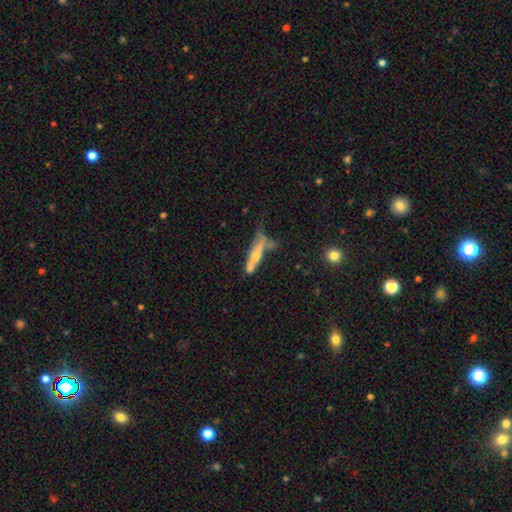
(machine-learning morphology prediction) smooth_or_featured: featured or disk (p=0.49) [alt: smooth p=0.43]
merging: none (p=0.37) [alt: minor disturbance p=0.27]